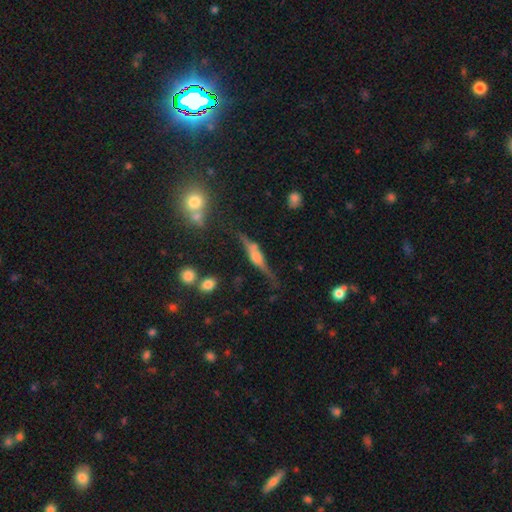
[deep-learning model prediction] Smooth or featured?
  - featured or disk: 71% *
  - smooth: 20%
  - star or artifact: 9%
Edge-on disk?
  - yes: 94% *
  - no: 6%
Edge-on bulge?
  - rounded: 69% *
  - boxy: 26%
  - none: 5%
Merging?
  - none: 66% *
  - minor disturbance: 19%
  - major disturbance: 8%
  - merger: 6%